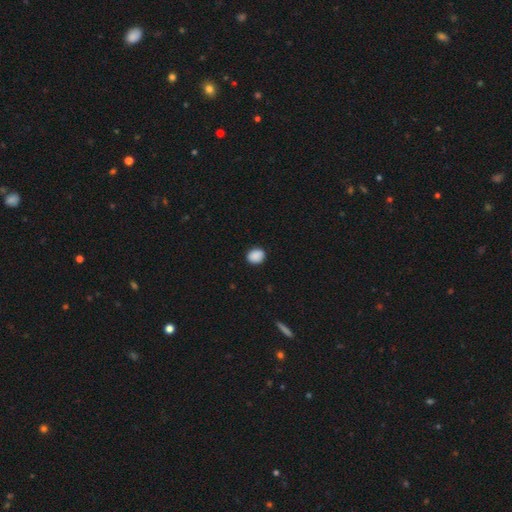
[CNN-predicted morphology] smooth_or_featured: smooth (p=0.89) [alt: star or artifact p=0.08]
how_rounded: round (p=0.60) [alt: in between p=0.39]
merging: none (p=0.86) [alt: minor disturbance p=0.11]